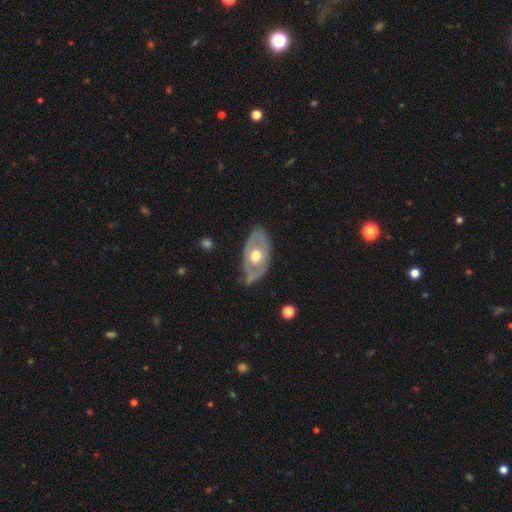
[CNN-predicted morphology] The model was most divided on "smooth or featured": featured or disk: 60%, smooth: 36%, star or artifact: 4%. More confident: bar — no (89%); edge-on disk — no (86%); spiral arms — no (82%); bulge size — moderate (75%); merging — none (70%).